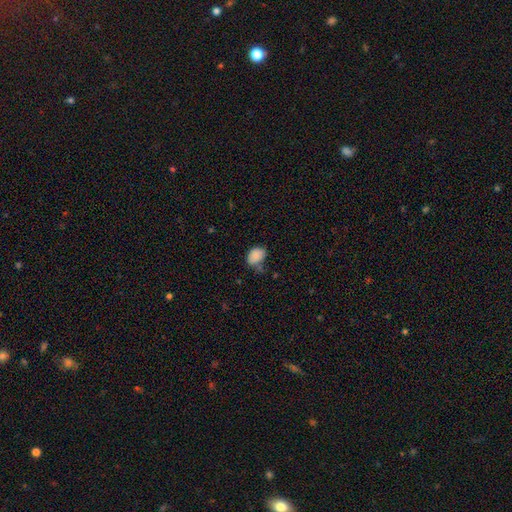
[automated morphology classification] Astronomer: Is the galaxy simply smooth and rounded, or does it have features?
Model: smooth — 87%.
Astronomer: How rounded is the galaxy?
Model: in between — 77%.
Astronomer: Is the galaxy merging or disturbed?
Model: none — 57%.